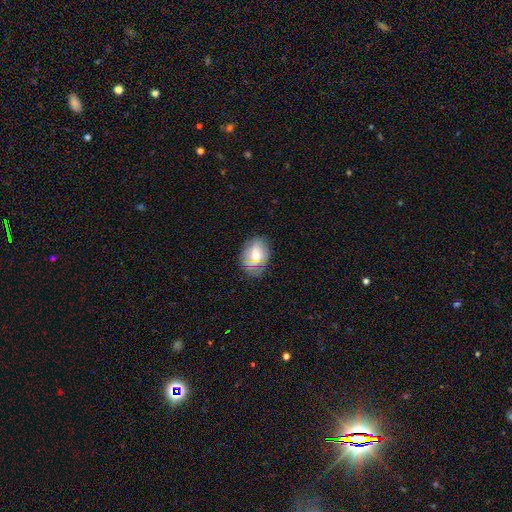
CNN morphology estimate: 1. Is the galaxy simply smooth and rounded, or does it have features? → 65% smooth, 21% featured or disk, 15% star or artifact.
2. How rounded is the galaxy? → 71% in between, 27% round, 2% cigar-shaped.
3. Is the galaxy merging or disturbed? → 79% none, 16% minor disturbance, 4% major disturbance, 1% merger.